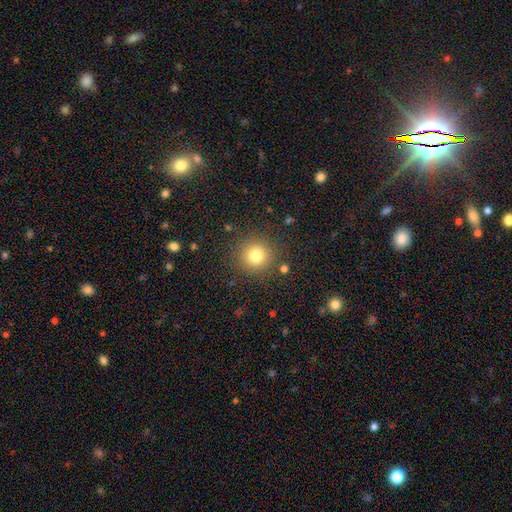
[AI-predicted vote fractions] This is likely a smooth galaxy (78%). How rounded: clearly round (94%). Merging: clearly none (88%).